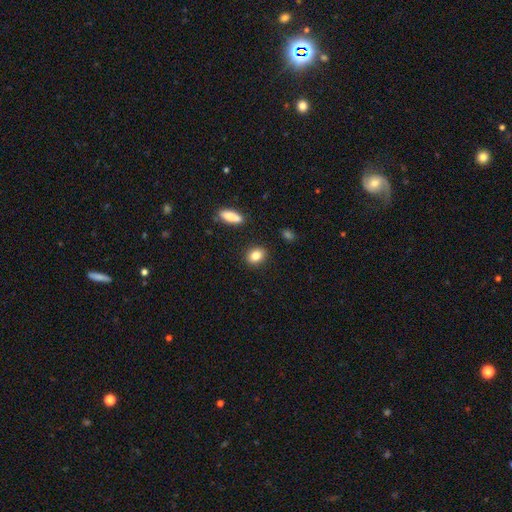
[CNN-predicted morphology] Smooth or featured? Predicted: smooth (p=0.84). How rounded? Predicted: in between (p=0.57). Merging? Predicted: none (p=0.88).